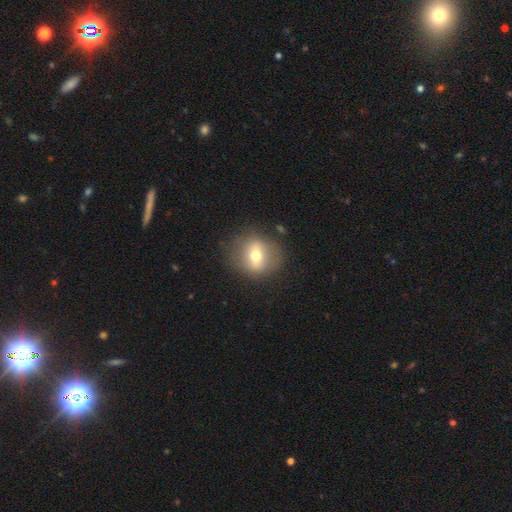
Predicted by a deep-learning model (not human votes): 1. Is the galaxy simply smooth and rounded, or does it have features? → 53% smooth, 38% featured or disk, 10% star or artifact.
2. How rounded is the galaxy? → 74% round, 25% in between, 2% cigar-shaped.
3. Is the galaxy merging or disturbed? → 80% none, 12% minor disturbance, 6% major disturbance, 2% merger.